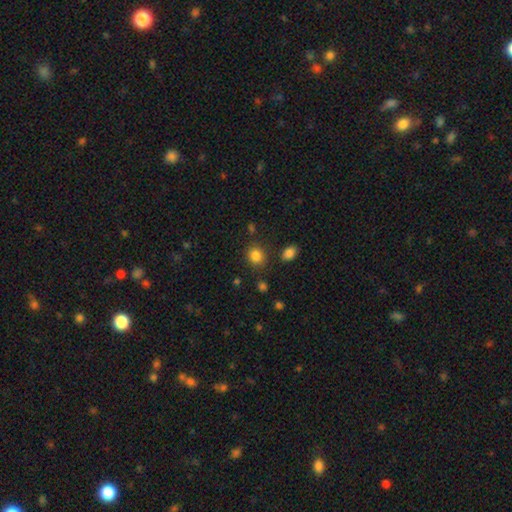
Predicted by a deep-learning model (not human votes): Overall: smooth (85%). How rounded: round (71%). Merging: none (82%).